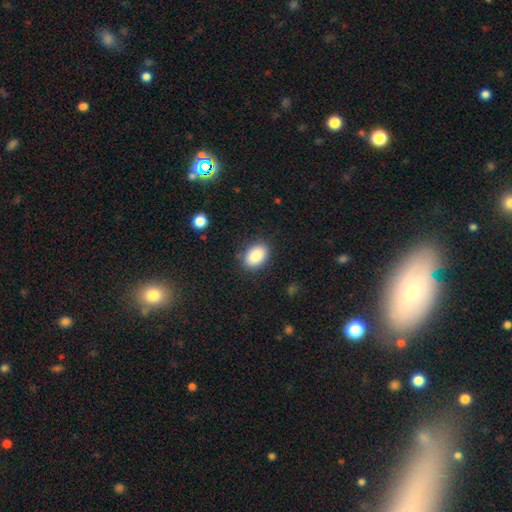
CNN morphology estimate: A smooth galaxy with no disk features (89%) that is in between round and cigar-shaped (86%).

Vote fractions:
- Smooth or featured? smooth: 89% / star or artifact: 7% / featured or disk: 4%
- How rounded? in between: 86% / round: 13% / cigar-shaped: 1%
- Merging? none: 86% / minor disturbance: 10% / major disturbance: 3% / merger: 1%